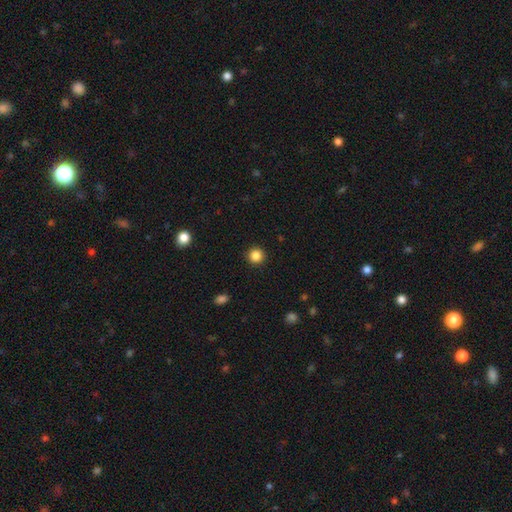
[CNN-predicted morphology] This appears to be a smooth galaxy with no disk features (85%) that is round (95%). Merging: none (93%).